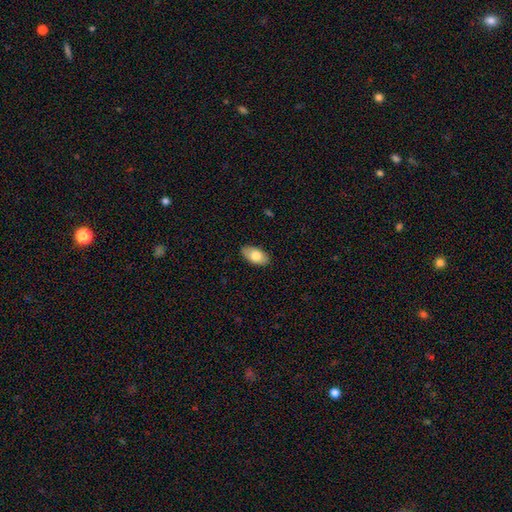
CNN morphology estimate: The model was most divided on "smooth or featured": smooth: 78%, featured or disk: 16%, star or artifact: 6%. More confident: how rounded — in between (94%); merging — none (87%).